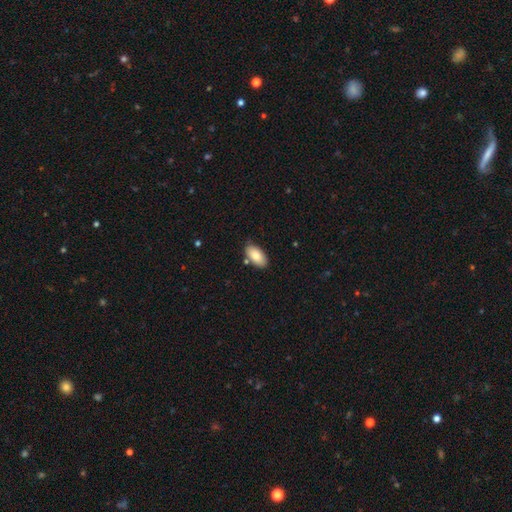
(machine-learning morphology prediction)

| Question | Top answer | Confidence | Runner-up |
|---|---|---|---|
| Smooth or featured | smooth | 85% | featured or disk (8%) |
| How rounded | in between | 94% | cigar-shaped (4%) |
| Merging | none | 81% | minor disturbance (13%) |